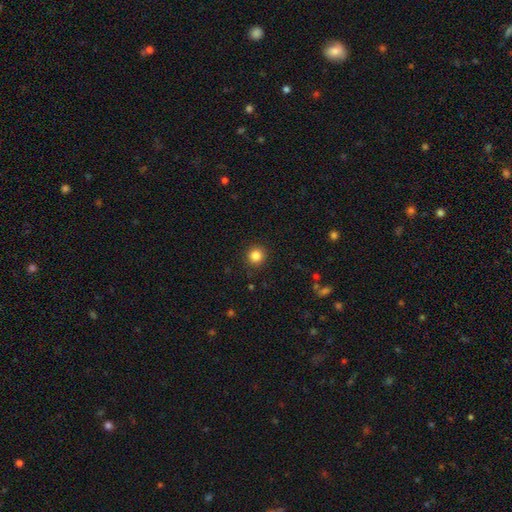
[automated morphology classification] Smooth or featured?
  - smooth: 85% *
  - star or artifact: 11%
  - featured or disk: 4%
How rounded?
  - round: 92% *
  - in between: 7%
  - cigar-shaped: 1%
Merging?
  - none: 91% *
  - minor disturbance: 6%
  - major disturbance: 2%
  - merger: 1%